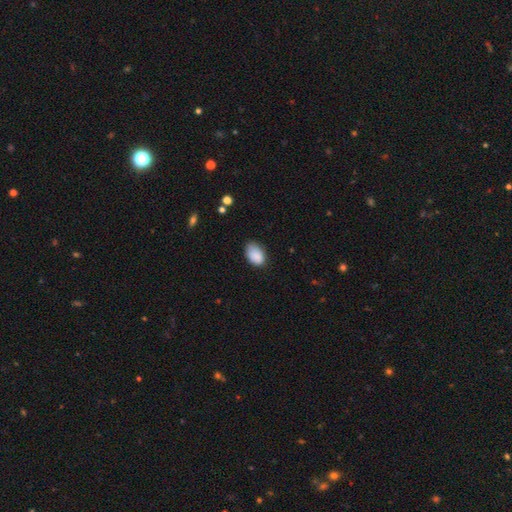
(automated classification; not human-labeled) Smooth or featured: smooth — 88% (star or artifact — 7%)
How rounded: in between — 91% (round — 8%)
Merging: none — 70% (minor disturbance — 24%)